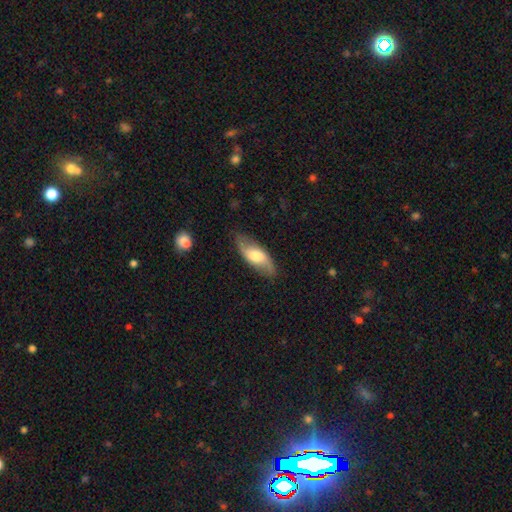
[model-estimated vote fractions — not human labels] A featured or disk galaxy (51%). Merging: none (80%).